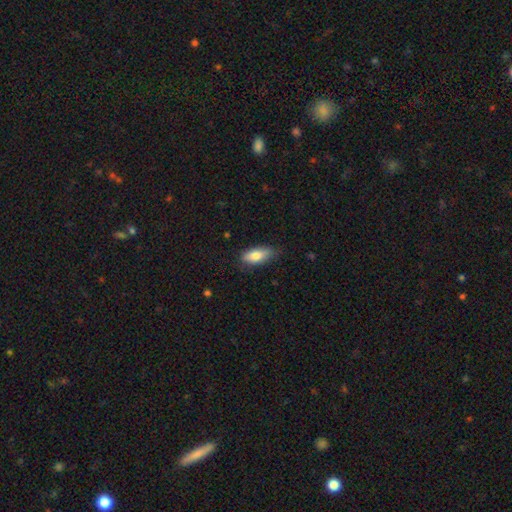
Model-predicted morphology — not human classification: Q: Smooth or featured?
A: smooth (81%); runner-up: featured or disk (12%)
Q: How rounded?
A: in between (81%); runner-up: cigar-shaped (16%)
Q: Merging?
A: none (72%); runner-up: minor disturbance (23%)